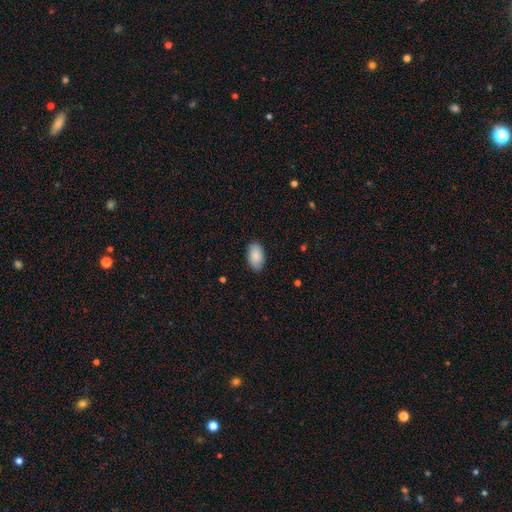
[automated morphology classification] Q: Smooth or featured?
A: smooth (88%); runner-up: featured or disk (6%)
Q: How rounded?
A: in between (94%); runner-up: round (4%)
Q: Merging?
A: none (87%); runner-up: minor disturbance (10%)